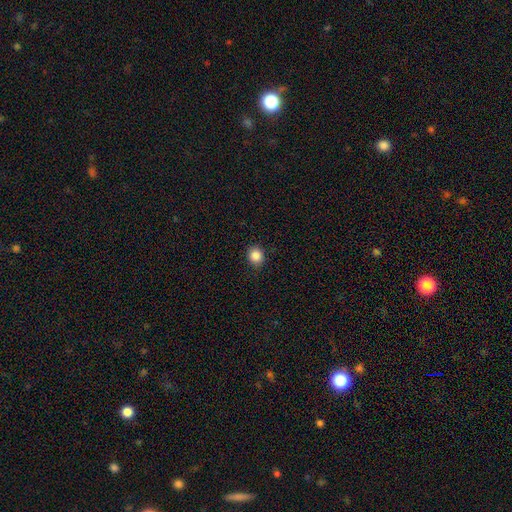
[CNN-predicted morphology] type=smooth (86%); roundness=round (82%); merging=none (89%).